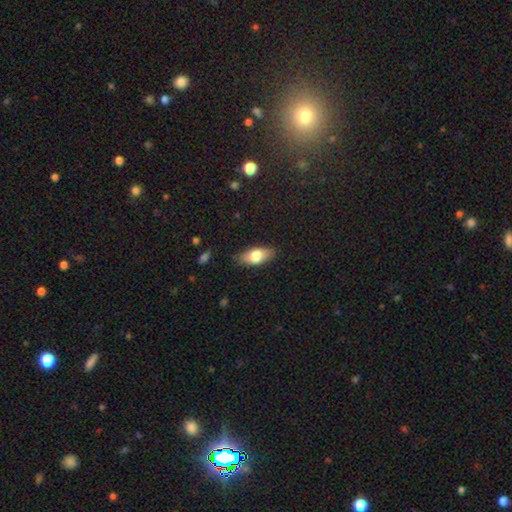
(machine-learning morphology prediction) smooth-or-featured: smooth: 74% | featured or disk: 19% | star or artifact: 7%
  how-rounded: in between: 86% | cigar-shaped: 10% | round: 4%
  merging: none: 82% | minor disturbance: 14% | major disturbance: 3% | merger: 1%